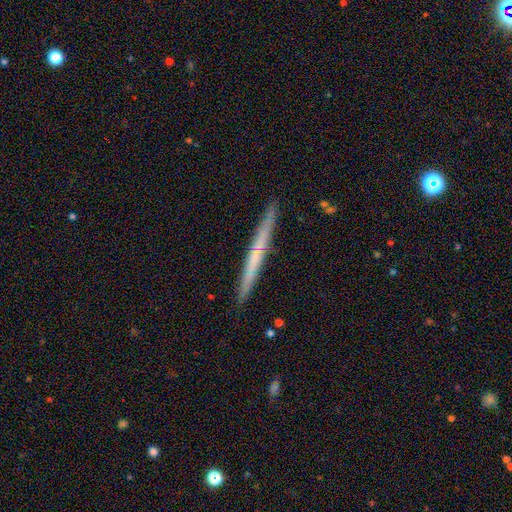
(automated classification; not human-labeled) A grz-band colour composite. It shows a featured or disk galaxy (51%) viewed edge-on (97%). Merging: none (91%).